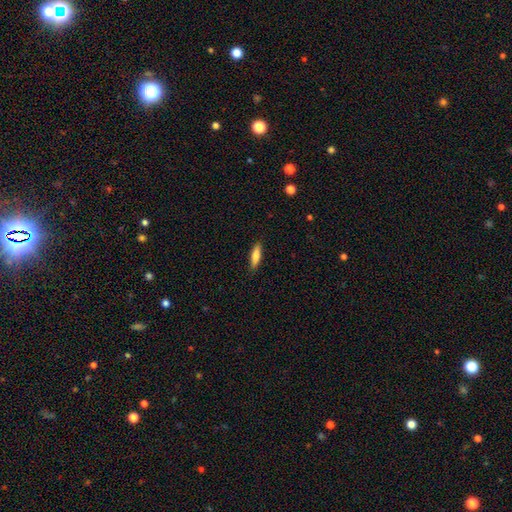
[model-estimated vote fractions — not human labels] smooth 75%, featured or disk 19%, star or artifact 6%. Down the decision tree: how rounded — cigar-shaped (62%); merging — none (88%).